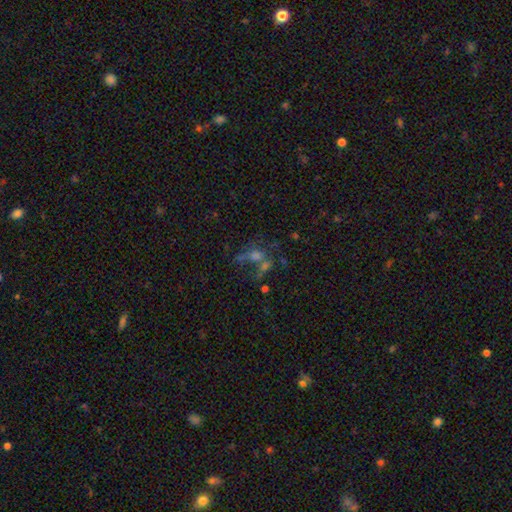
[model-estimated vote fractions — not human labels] Smooth or featured? star or artifact (35%, tied with featured or disk)